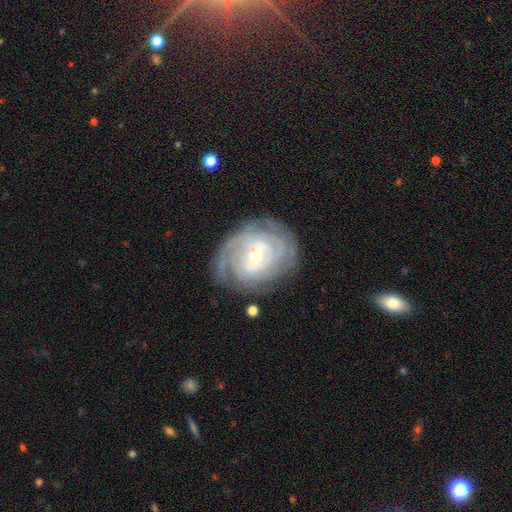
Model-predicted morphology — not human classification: The model was most divided on "bulge size": moderate: 50%, small: 46%, large: 2%, none: 1%, dominant: 1%. Remaining: edge-on disk — no (97%); spiral arms — yes (94%); smooth or featured — featured or disk (86%); merging — none (75%); spiral winding — tight (74%); bar — weak (49%); spiral arm count — can't tell (40%).